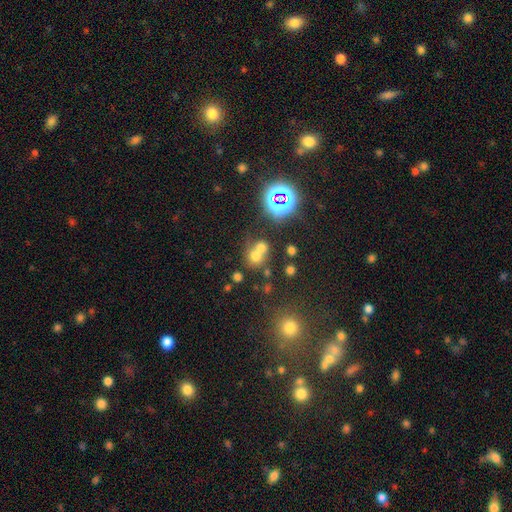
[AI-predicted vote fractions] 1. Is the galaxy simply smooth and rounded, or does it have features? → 60% smooth, 24% star or artifact, 15% featured or disk.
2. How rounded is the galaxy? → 80% round, 19% in between, 1% cigar-shaped.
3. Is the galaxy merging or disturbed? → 54% merger, 36% none, 6% minor disturbance, 4% major disturbance.